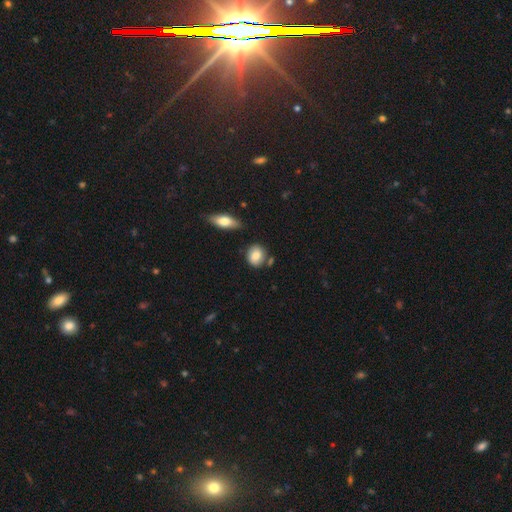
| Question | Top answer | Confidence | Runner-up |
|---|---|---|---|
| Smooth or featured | smooth | 95% | featured or disk (3%) |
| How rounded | round | 69% | in between (25%) |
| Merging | none | 70% | minor disturbance (24%) |